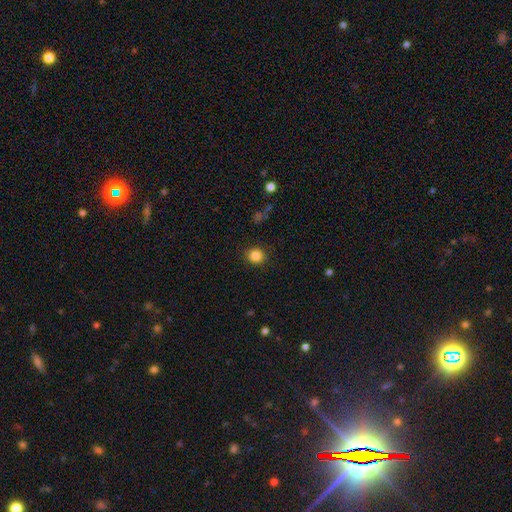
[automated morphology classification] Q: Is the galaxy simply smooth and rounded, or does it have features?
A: smooth — 85%.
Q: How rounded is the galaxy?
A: round — 85%.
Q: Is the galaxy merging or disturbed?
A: none — 89%.